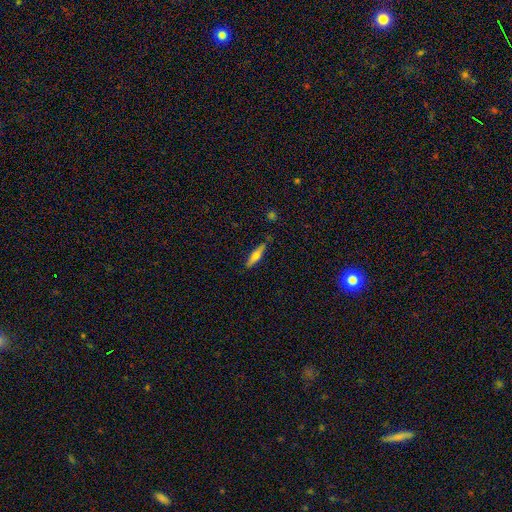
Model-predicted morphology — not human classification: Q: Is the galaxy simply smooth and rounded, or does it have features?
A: smooth — 57%.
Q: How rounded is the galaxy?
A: cigar-shaped — 73%.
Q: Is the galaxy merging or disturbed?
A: none — 82%.